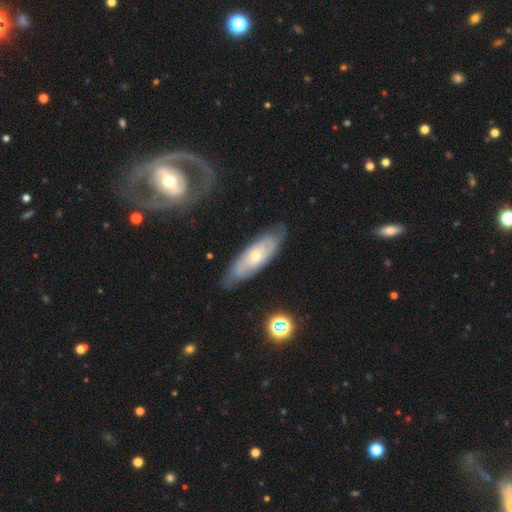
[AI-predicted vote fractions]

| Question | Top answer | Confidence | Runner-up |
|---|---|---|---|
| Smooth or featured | featured or disk | 65% | smooth (28%) |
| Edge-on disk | no | 77% | yes (23%) |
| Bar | no | 74% | weak (22%) |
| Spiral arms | yes | 74% | no (26%) |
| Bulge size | small | 51% | moderate (45%) |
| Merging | none | 77% | minor disturbance (17%) |